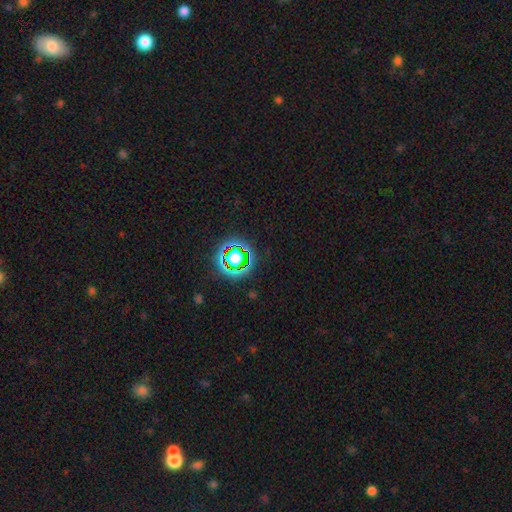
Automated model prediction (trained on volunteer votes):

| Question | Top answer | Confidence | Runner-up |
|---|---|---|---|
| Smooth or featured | star or artifact | 77% | smooth (15%) |